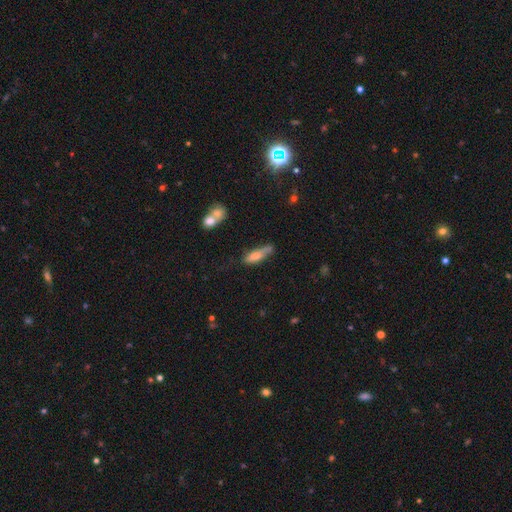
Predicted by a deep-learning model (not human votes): smooth-or-featured: smooth: 71% | featured or disk: 21% | star or artifact: 8%
  how-rounded: cigar-shaped: 53% | in between: 45% | round: 2%
  merging: none: 40% | minor disturbance: 33% | major disturbance: 16% | merger: 11%